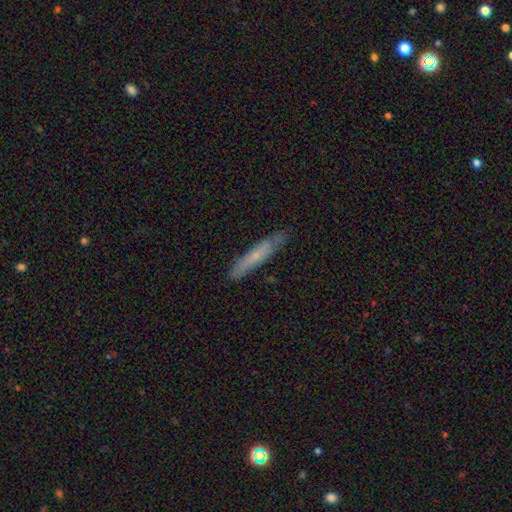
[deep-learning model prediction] A smooth galaxy with no disk features (58%) that is cigar-shaped (91%). Merging: none (81%).